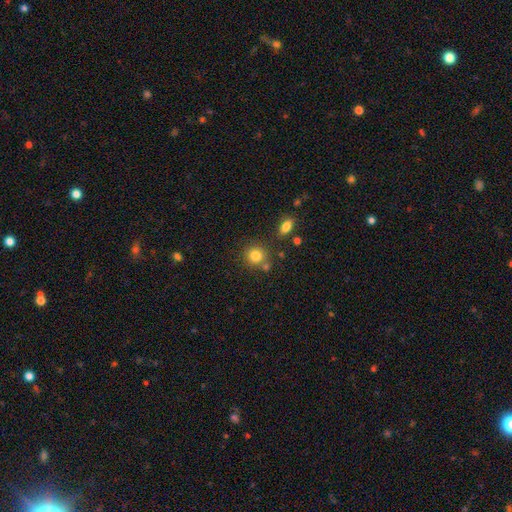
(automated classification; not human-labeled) Smooth or featured? Predicted: smooth (p=0.82). How rounded? Predicted: round (p=0.87). Merging? Predicted: none (p=0.72).